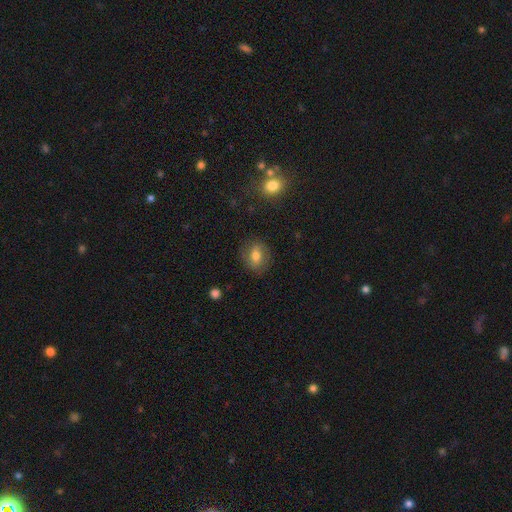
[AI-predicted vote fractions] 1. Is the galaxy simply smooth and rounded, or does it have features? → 65% smooth, 24% featured or disk, 10% star or artifact.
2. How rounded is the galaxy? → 51% round, 47% in between, 2% cigar-shaped.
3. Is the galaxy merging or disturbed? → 81% none, 13% minor disturbance, 4% major disturbance, 1% merger.